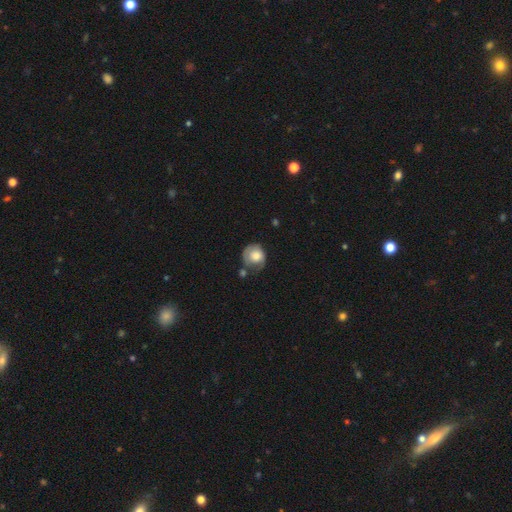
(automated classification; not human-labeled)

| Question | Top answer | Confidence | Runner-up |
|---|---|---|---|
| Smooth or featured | smooth | 61% | featured or disk (32%) |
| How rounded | round | 76% | in between (23%) |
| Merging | none | 43% | minor disturbance (31%) |